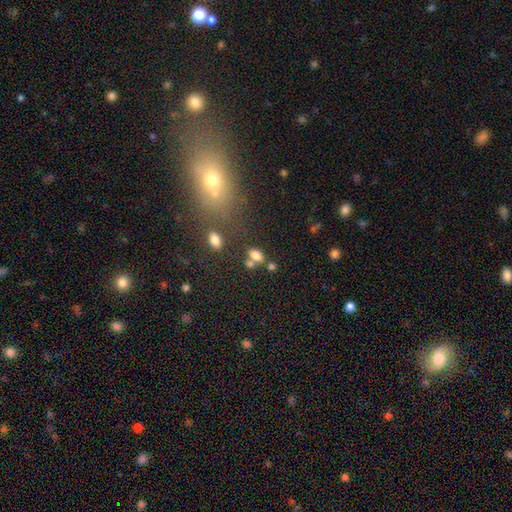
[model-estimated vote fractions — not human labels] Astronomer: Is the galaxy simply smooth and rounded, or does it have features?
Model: smooth — 78%.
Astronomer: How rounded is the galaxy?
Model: in between — 84%.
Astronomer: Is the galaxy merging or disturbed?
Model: none — 49% (runner-up: merger, 33%).